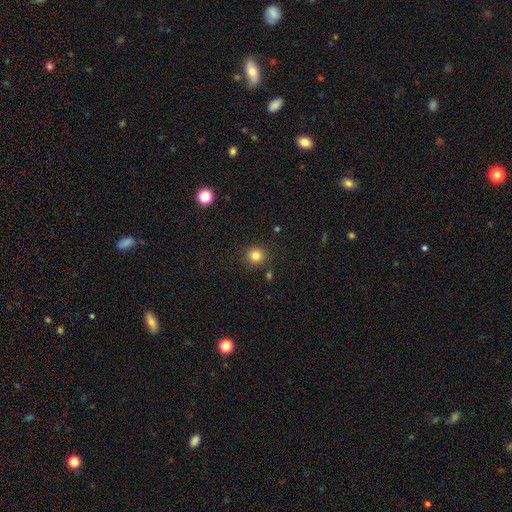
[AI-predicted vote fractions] Smooth or featured? smooth (83%)
How rounded? round (92%)
Merging? none (88%)